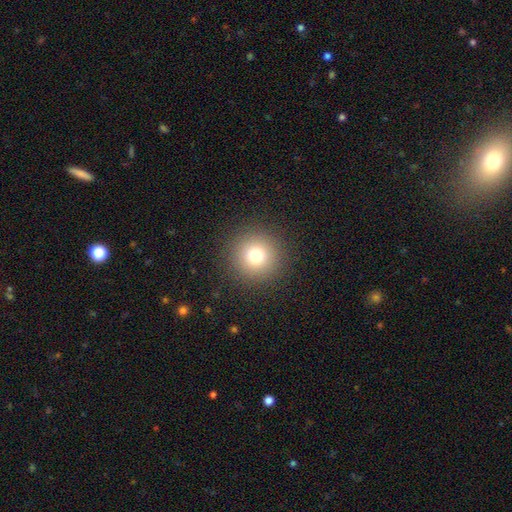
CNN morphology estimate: Smooth or featured: smooth — 77% (star or artifact — 15%)
How rounded: round — 96% (in between — 3%)
Merging: none — 91% (minor disturbance — 5%)